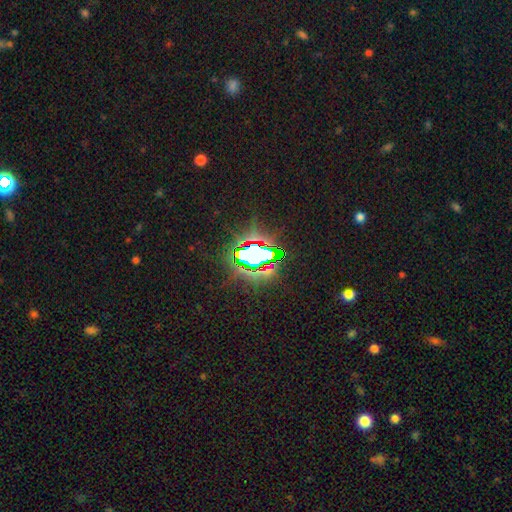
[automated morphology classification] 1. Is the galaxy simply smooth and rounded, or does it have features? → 72% star or artifact, 16% smooth, 12% featured or disk.